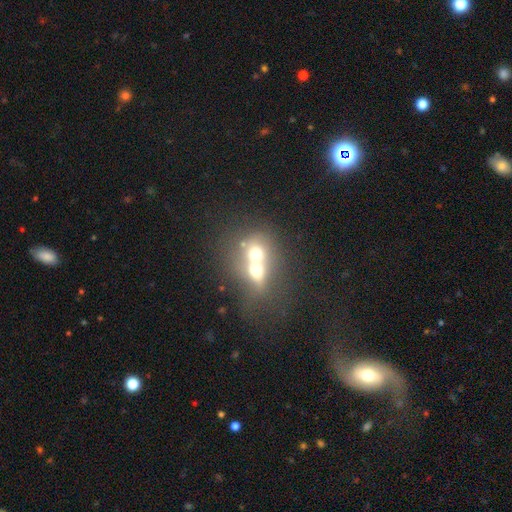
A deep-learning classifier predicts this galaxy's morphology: smooth 57%, featured or disk 30%, star or artifact 12%. Down the decision tree: how rounded — round (61%); merging — merger (74%).